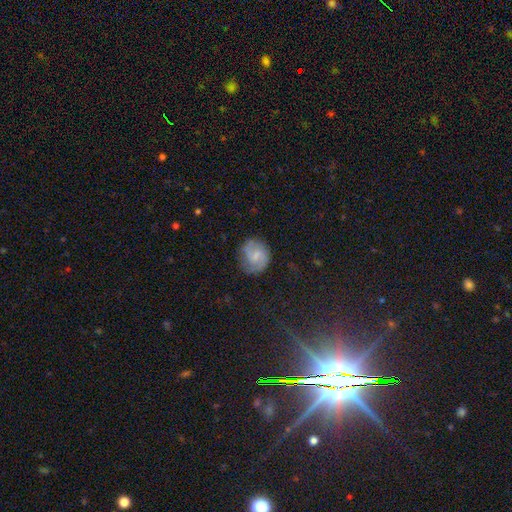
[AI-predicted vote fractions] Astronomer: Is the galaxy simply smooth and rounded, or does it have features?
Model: smooth — 47% (runner-up: featured or disk, 45%).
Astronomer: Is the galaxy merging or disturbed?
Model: none — 68%.